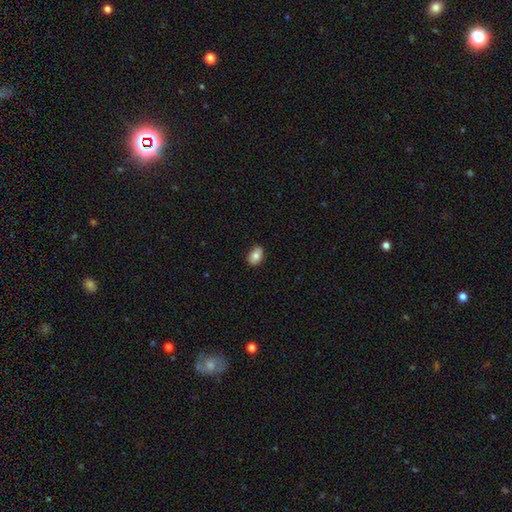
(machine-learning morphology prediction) A smooth galaxy with no disk features (81%) that is in between round and cigar-shaped (83%). Merging: none (86%).